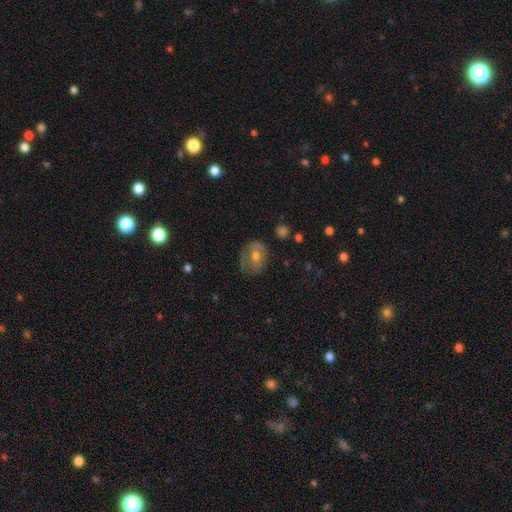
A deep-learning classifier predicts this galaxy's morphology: A smooth galaxy with no disk features (49%).

Vote fractions:
- Smooth or featured? smooth: 49% / featured or disk: 39% / star or artifact: 12%
- Merging? none: 58% / minor disturbance: 26% / major disturbance: 14% / merger: 2%